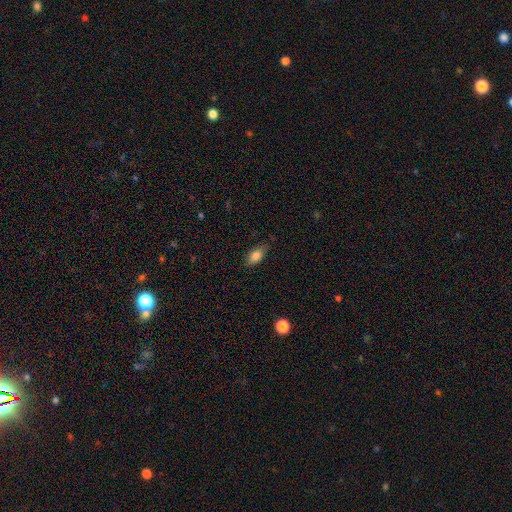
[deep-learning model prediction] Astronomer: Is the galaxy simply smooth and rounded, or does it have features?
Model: smooth — 84%.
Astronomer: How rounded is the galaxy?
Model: in between — 89%.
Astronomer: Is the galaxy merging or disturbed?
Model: none — 75%.